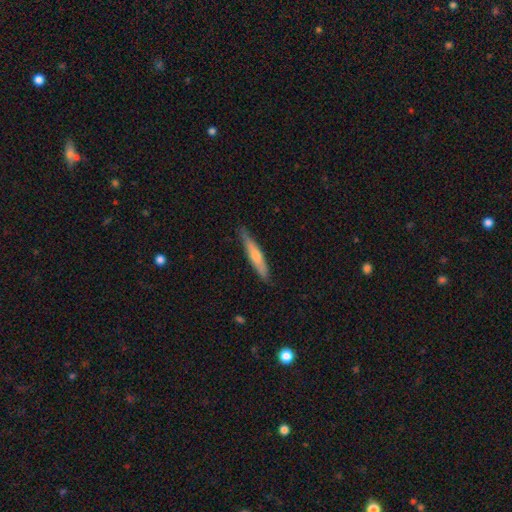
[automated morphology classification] Smooth or featured: smooth — 55% (featured or disk — 40%)
How rounded: cigar-shaped — 91% (in between — 7%)
Merging: none — 85% (minor disturbance — 12%)